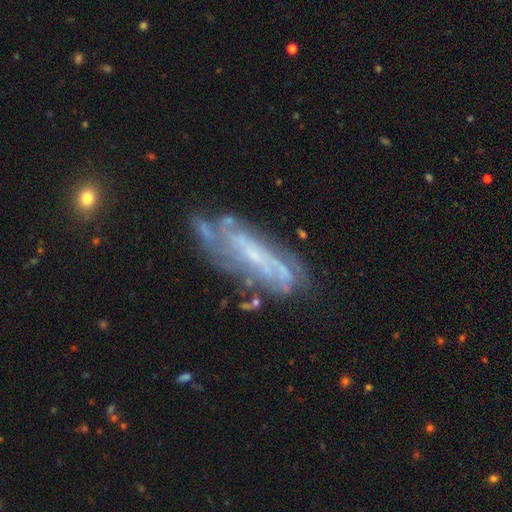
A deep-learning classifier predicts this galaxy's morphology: This appears to be a featured or disk galaxy (77%) with no bar (52%), spiral arms (80%) and a small central bulge (64%). Merging: none (60%).